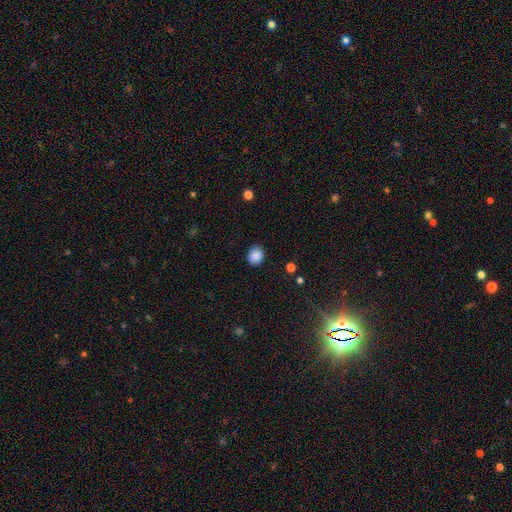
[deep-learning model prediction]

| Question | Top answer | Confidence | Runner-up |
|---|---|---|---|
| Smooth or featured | smooth | 87% | star or artifact (9%) |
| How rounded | round | 64% | in between (35%) |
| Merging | none | 85% | minor disturbance (11%) |